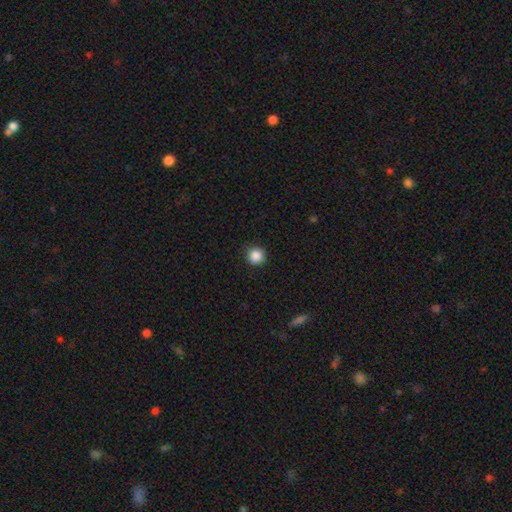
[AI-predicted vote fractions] smooth_or_featured: smooth (p=0.87) [alt: star or artifact p=0.10]
how_rounded: round (p=0.95) [alt: in between p=0.04]
merging: none (p=0.91) [alt: minor disturbance p=0.06]